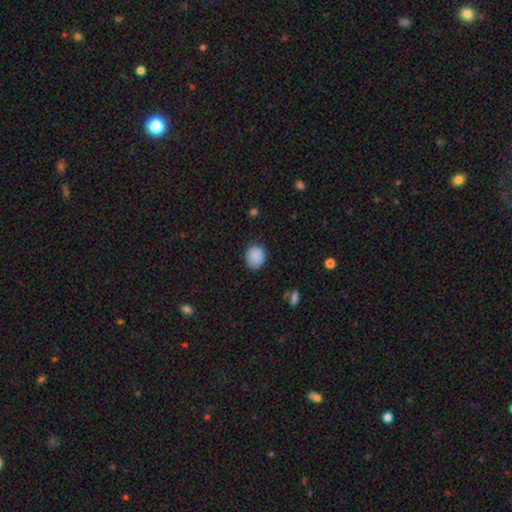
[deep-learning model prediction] Smooth or featured?
  - smooth: 88% *
  - star or artifact: 8%
  - featured or disk: 4%
How rounded?
  - round: 63% *
  - in between: 36%
  - cigar-shaped: 1%
Merging?
  - none: 82% *
  - minor disturbance: 14%
  - major disturbance: 3%
  - merger: 1%